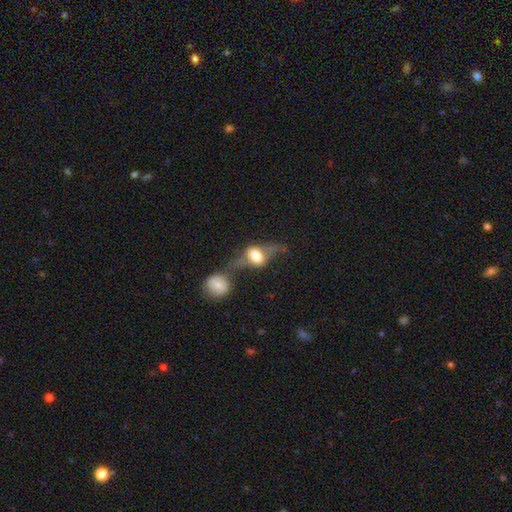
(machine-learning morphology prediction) A featured or disk galaxy (47%). Merging: none (32%).